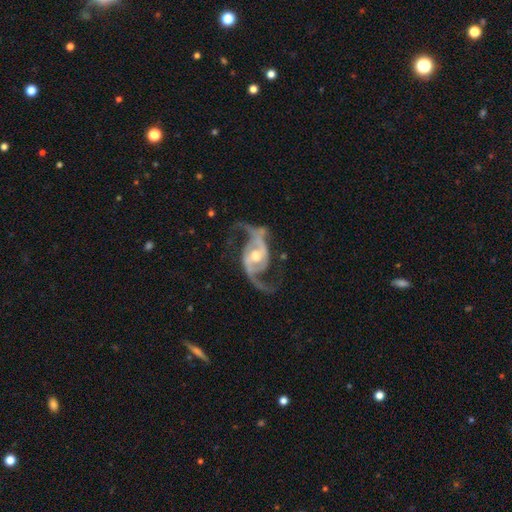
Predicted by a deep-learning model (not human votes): A featured or disk galaxy (93%) with no bar (38%), 2 (93%) loose (55%) spiral arms (97%) and a moderate central bulge (69%).

Vote fractions:
- Smooth or featured? featured or disk: 93% / star or artifact: 4% / smooth: 3%
- Edge-on disk? no: 97% / yes: 3%
- Bar? no: 38% / weak: 37% / strong: 26%
- Spiral arms? yes: 97% / no: 3%
- Spiral winding? loose: 55% / medium: 37% / tight: 8%
- Spiral arm count? 2: 93% / can't tell: 2% / 3: 2% / 1: 1% / 4: 1% / more than 4: 1%
- Bulge size? moderate: 69% / small: 21% / large: 7% / none: 1% / dominant: 1%
- Merging? none: 70% / minor disturbance: 15% / major disturbance: 13% / merger: 2%